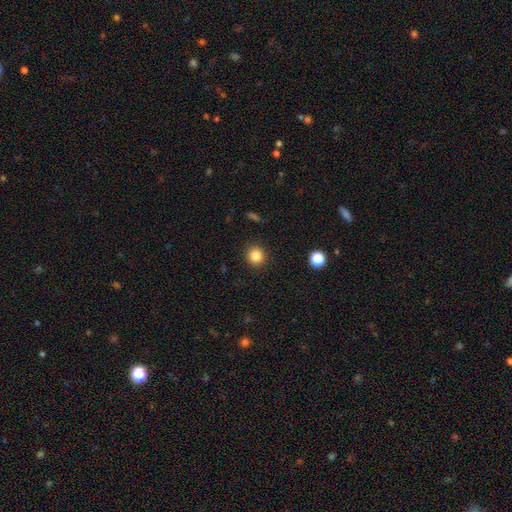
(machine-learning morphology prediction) type=smooth (84%); roundness=round (92%); merging=none (91%).